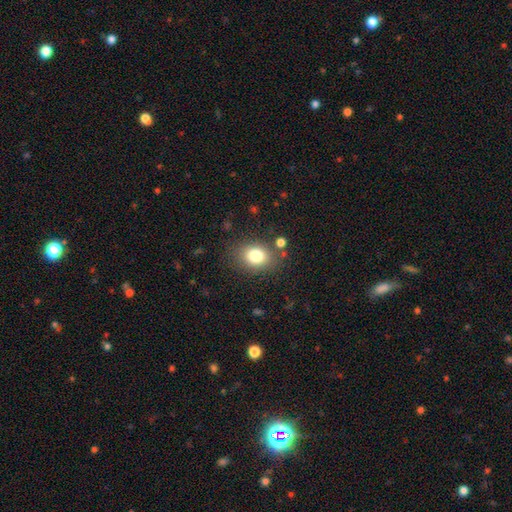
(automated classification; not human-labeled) A smooth galaxy with no disk features (79%) that is in between round and cigar-shaped (54%). Merging: none (78%).